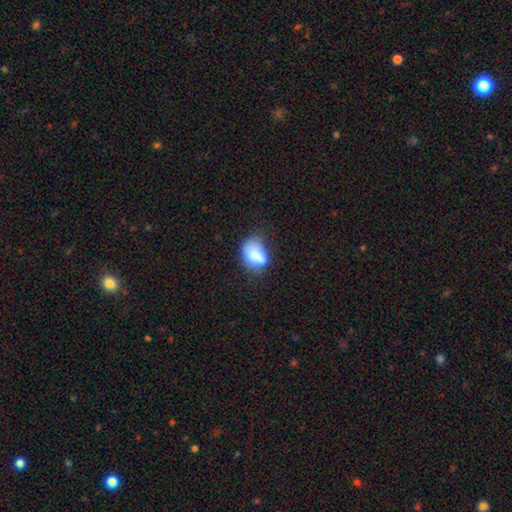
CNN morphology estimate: The model was most divided on "merging": none: 39%, minor disturbance: 37%, major disturbance: 17%, merger: 6%. More confident: how rounded — in between (80%); smooth or featured — smooth (78%).